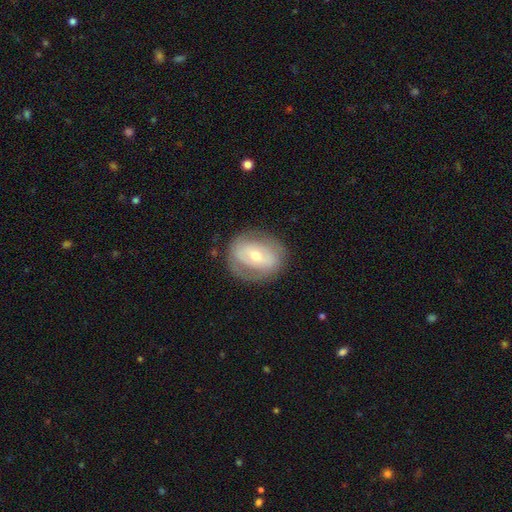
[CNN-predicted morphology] smooth_or_featured: featured or disk (p=0.58) [alt: smooth p=0.35]
disk_edge_on: no (p=0.93) [alt: yes p=0.07]
bar: no (p=0.43) [alt: weak p=0.32]
has_spiral_arms: no (p=0.53) [alt: yes p=0.47]
bulge_size: moderate (p=0.49) [alt: small p=0.46]
merging: none (p=0.75) [alt: minor disturbance p=0.16]